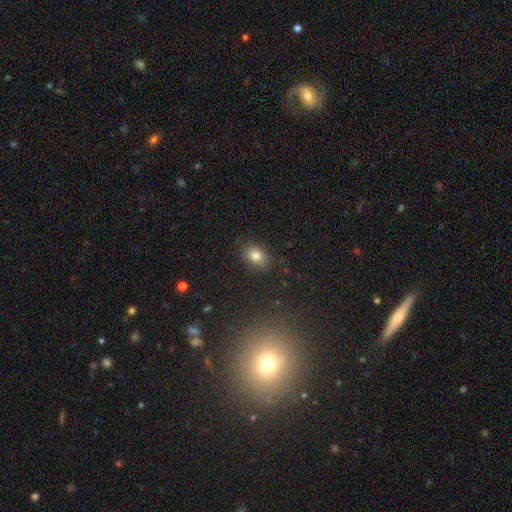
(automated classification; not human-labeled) A smooth galaxy with no disk features (80%) that is in between round and cigar-shaped (76%).

Vote fractions:
- Smooth or featured? smooth: 80% / star or artifact: 11% / featured or disk: 8%
- How rounded? in between: 76% / round: 23% / cigar-shaped: 1%
- Merging? none: 85% / minor disturbance: 11% / major disturbance: 3% / merger: 1%